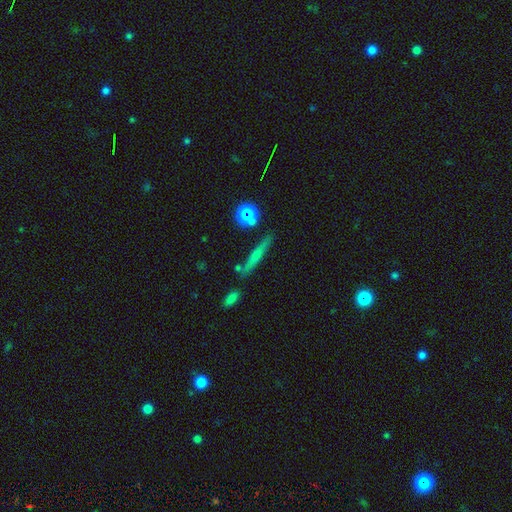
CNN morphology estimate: Overall: smooth (51%; featured or disk 36%). How rounded: cigar-shaped (87%). Merging: none (78%).